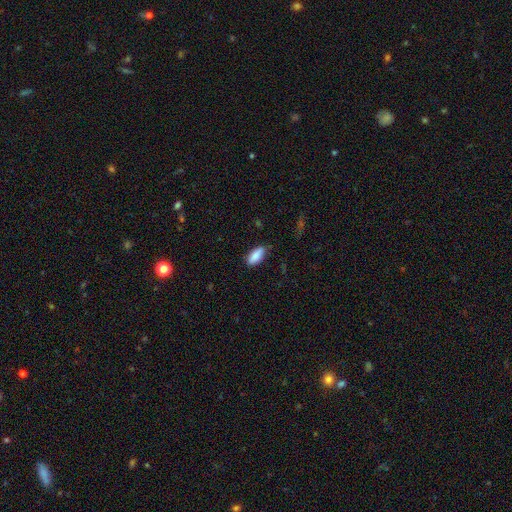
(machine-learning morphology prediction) Overall: smooth (88%). How rounded: in between (89%). Merging: none (80%).